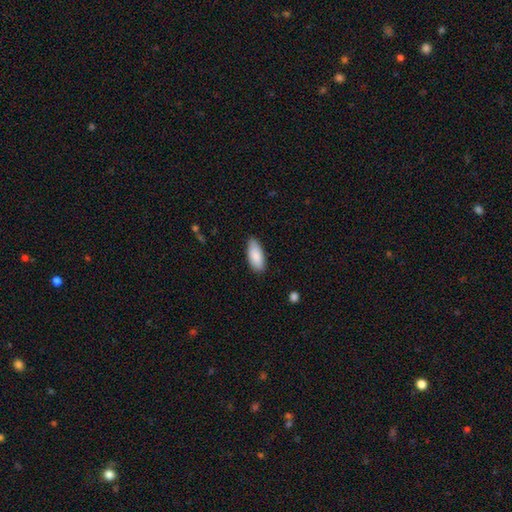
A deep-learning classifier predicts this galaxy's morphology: Smooth or featured?
  - smooth: 88% *
  - featured or disk: 7%
  - star or artifact: 6%
How rounded?
  - in between: 86% *
  - cigar-shaped: 13%
  - round: 2%
Merging?
  - none: 82% *
  - minor disturbance: 14%
  - major disturbance: 2%
  - merger: 1%